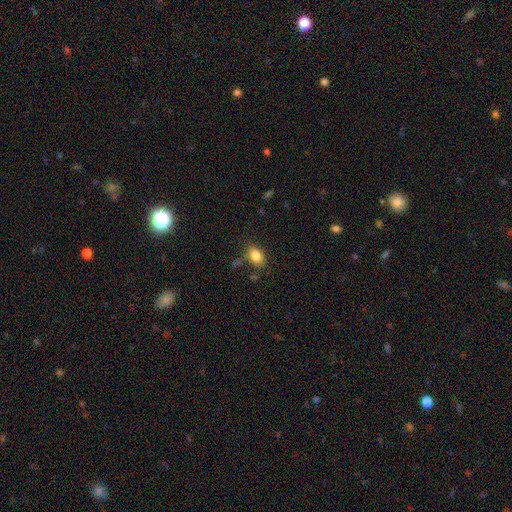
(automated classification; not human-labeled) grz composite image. It shows a smooth galaxy with no disk features (83%) that is in between round and cigar-shaped (82%). Merging: none (72%).